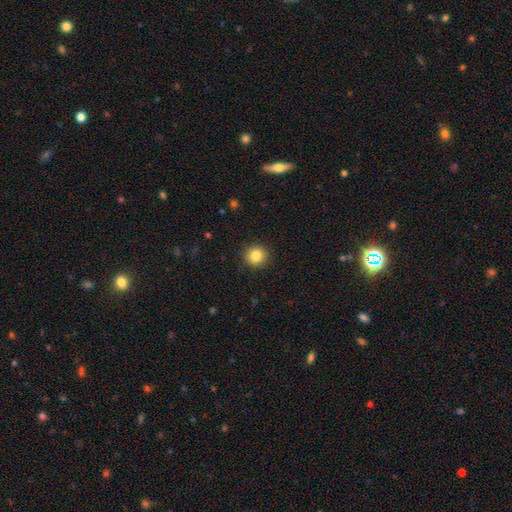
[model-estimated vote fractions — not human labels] smooth-or-featured: smooth: 85% | star or artifact: 10% | featured or disk: 5%
  how-rounded: round: 93% | in between: 6% | cigar-shaped: 1%
  merging: none: 92% | minor disturbance: 5% | major disturbance: 2% | merger: 1%